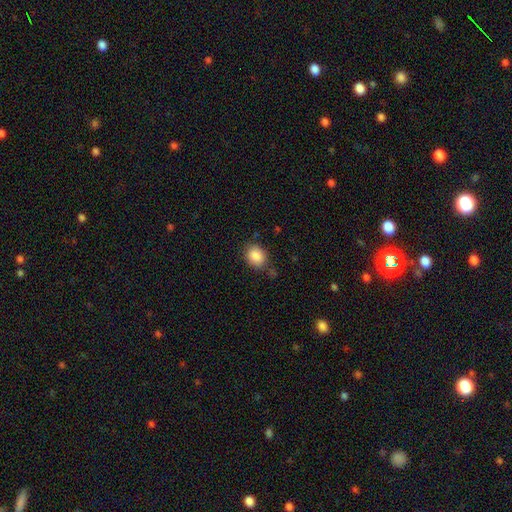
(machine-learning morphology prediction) A smooth galaxy with no disk features (87%) that is round (55%).

Vote fractions:
- Smooth or featured? smooth: 87% / star or artifact: 8% / featured or disk: 4%
- How rounded? round: 55% / in between: 44% / cigar-shaped: 1%
- Merging? none: 78% / minor disturbance: 16% / major disturbance: 4% / merger: 3%